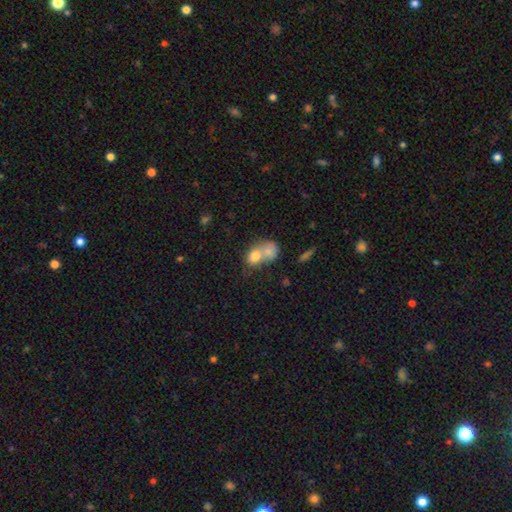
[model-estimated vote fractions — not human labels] Smooth or featured?
  - smooth: 77% *
  - featured or disk: 15%
  - star or artifact: 9%
How rounded?
  - in between: 55% *
  - round: 44%
  - cigar-shaped: 2%
Merging?
  - merger: 70% *
  - none: 19%
  - minor disturbance: 7%
  - major disturbance: 4%